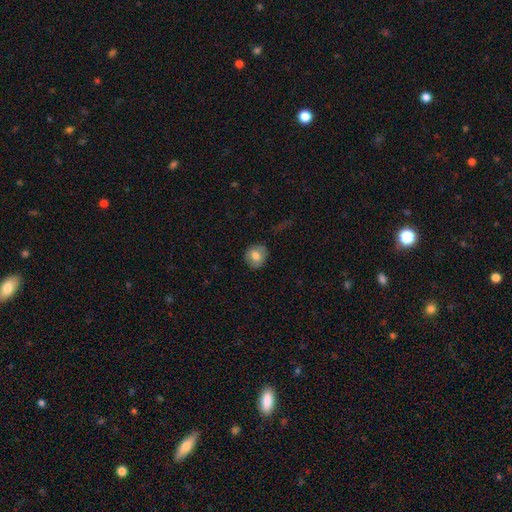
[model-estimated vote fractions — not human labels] smooth 76%, featured or disk 15%, star or artifact 8%. Down the decision tree: how rounded — round (82%); merging — none (85%).